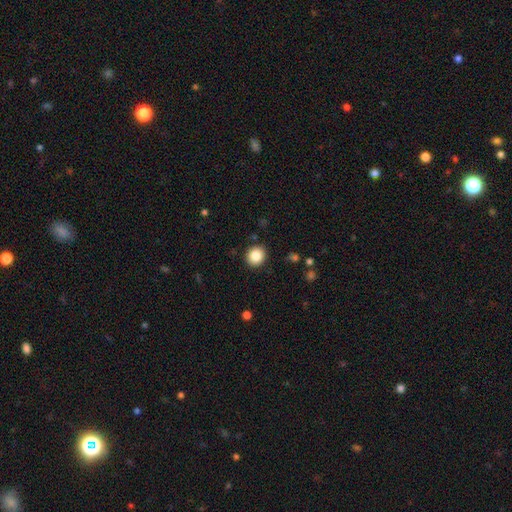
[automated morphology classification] This appears to be a smooth galaxy with no disk features (85%) that is round (82%). Merging: none (91%).